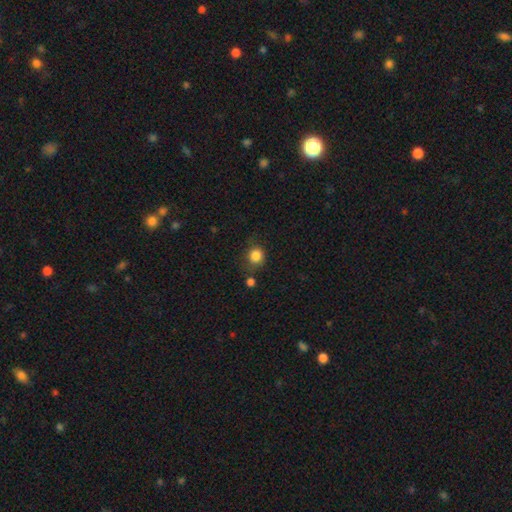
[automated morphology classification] This is clearly a smooth galaxy (85%). How rounded: clearly round (83%). Merging: likely none (70%).